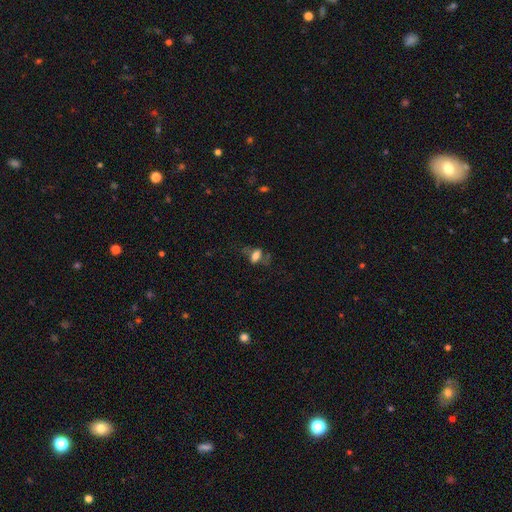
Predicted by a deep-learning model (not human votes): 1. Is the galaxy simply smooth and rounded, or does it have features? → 60% smooth, 26% featured or disk, 14% star or artifact.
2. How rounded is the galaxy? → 79% in between, 12% cigar-shaped, 9% round.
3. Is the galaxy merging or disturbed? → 52% none, 24% minor disturbance, 21% major disturbance, 3% merger.